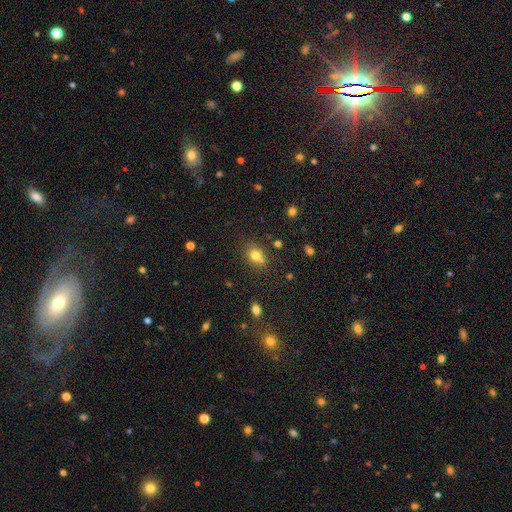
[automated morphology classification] A smooth galaxy with no disk features (73%) that is round (61%).

Vote fractions:
- Smooth or featured? smooth: 73% / star or artifact: 16% / featured or disk: 12%
- How rounded? round: 61% / in between: 38% / cigar-shaped: 1%
- Merging? none: 57% / merger: 25% / minor disturbance: 14% / major disturbance: 5%